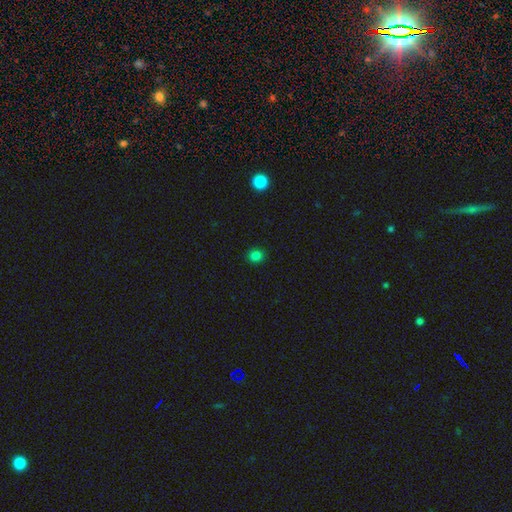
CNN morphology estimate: A smooth galaxy with no disk features (82%) that is round (86%).

Vote fractions:
- Smooth or featured? smooth: 82% / star or artifact: 15% / featured or disk: 4%
- How rounded? round: 86% / in between: 14% / cigar-shaped: 1%
- Merging? none: 91% / minor disturbance: 6% / major disturbance: 2% / merger: 1%